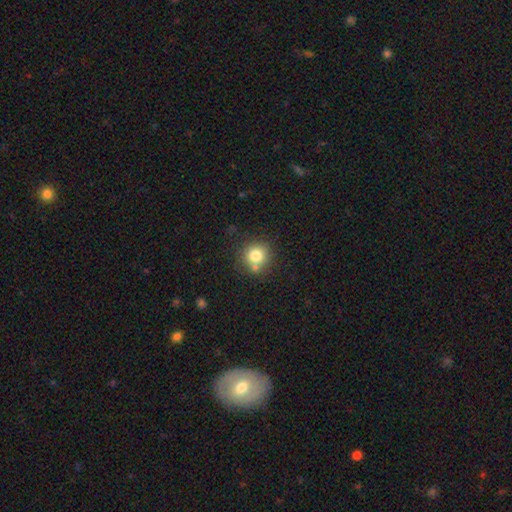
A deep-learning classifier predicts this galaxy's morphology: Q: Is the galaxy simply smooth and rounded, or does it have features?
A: smooth — 79%.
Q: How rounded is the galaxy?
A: round — 90%.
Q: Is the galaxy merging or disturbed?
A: none — 69%.